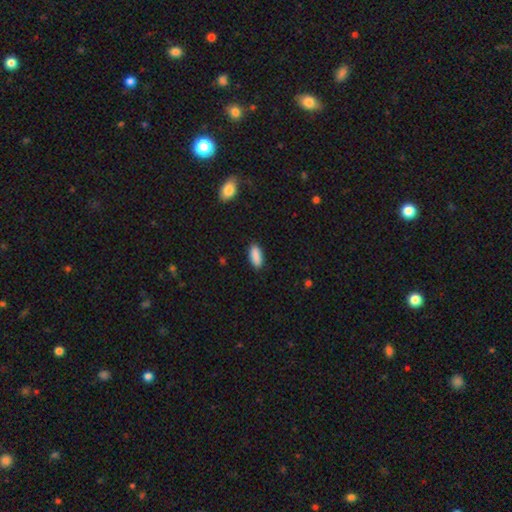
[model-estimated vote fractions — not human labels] smooth 90%, star or artifact 7%, featured or disk 4%. Down the decision tree: how rounded — in between (80%); merging — none (88%).